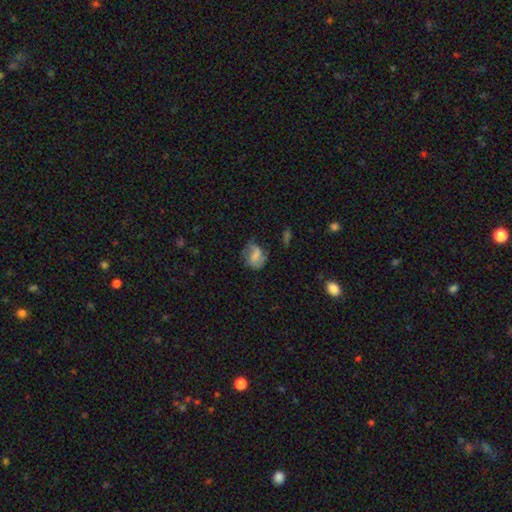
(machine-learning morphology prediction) Smooth or featured? smooth (48%)
Merging? none (49%)